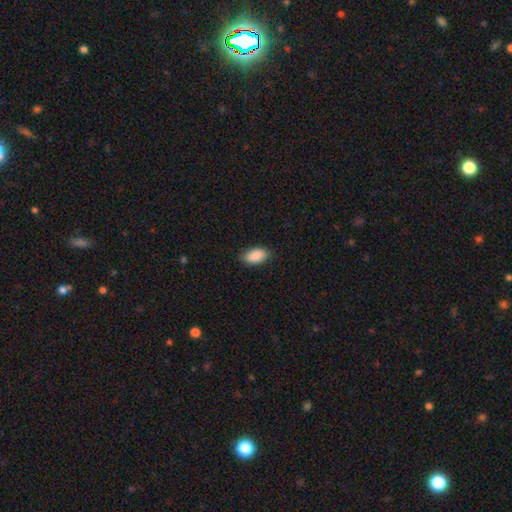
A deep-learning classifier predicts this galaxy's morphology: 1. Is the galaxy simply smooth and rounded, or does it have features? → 89% smooth, 6% star or artifact, 4% featured or disk.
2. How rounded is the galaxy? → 94% in between, 4% round, 3% cigar-shaped.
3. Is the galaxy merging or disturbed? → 86% none, 11% minor disturbance, 2% major disturbance, 1% merger.